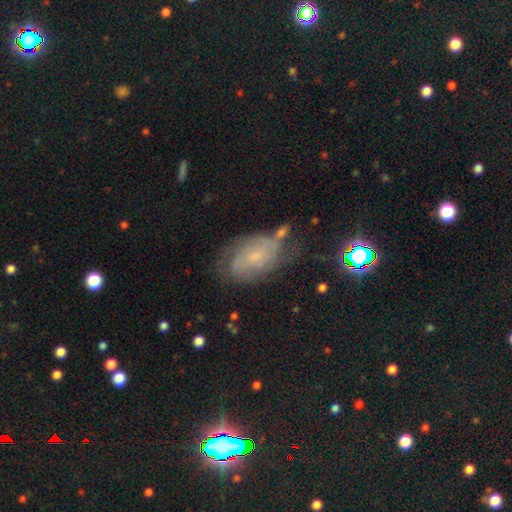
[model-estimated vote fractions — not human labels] Smooth or featured: featured or disk — 59% (smooth — 26%)
Edge-on disk: no — 95% (yes — 5%)
Bar: no — 63% (weak — 32%)
Spiral arms: yes — 86% (no — 14%)
Bulge size: small — 63% (moderate — 22%)
Merging: none — 54% (minor disturbance — 26%)